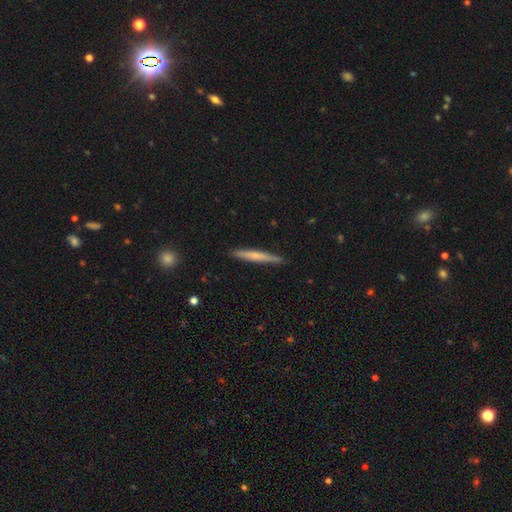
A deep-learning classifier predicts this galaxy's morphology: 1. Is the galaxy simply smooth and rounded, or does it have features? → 59% smooth, 36% featured or disk, 6% star or artifact.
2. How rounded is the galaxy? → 96% cigar-shaped, 3% in between, 1% round.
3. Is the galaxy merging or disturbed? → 89% none, 8% minor disturbance, 1% major disturbance, 1% merger.